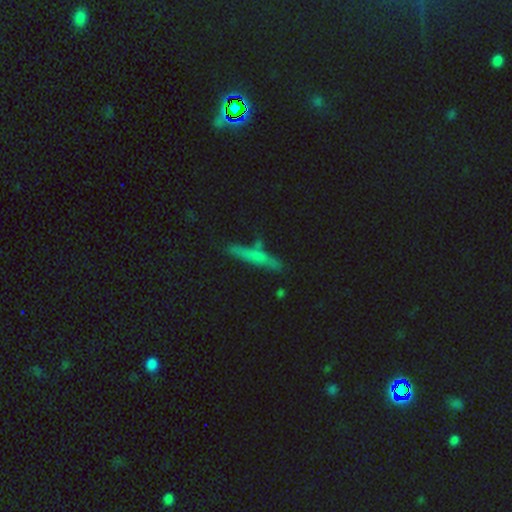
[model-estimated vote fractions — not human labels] A smooth galaxy with no disk features (60%) that is cigar-shaped (91%). Merging: none (75%).